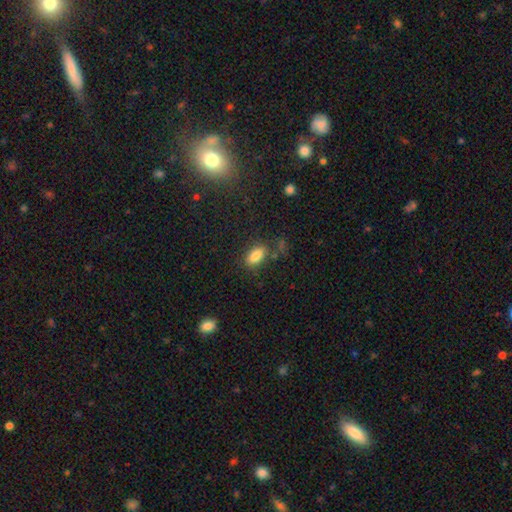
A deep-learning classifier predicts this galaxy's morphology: Smooth or featured? Predicted: smooth (p=0.83). How rounded? Predicted: in between (p=0.88). Merging? Predicted: none (p=0.76).